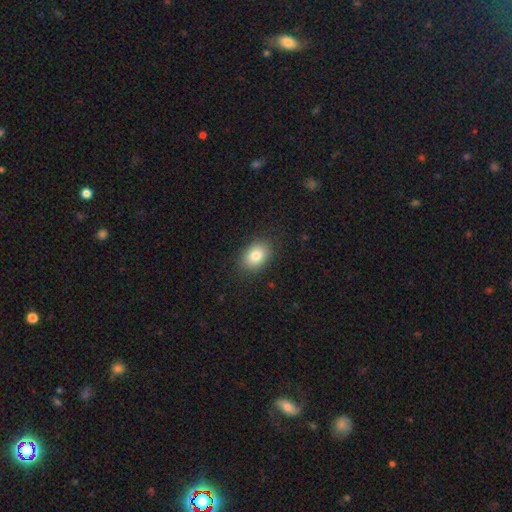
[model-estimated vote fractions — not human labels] Smooth or featured?
  - smooth: 83% *
  - star or artifact: 9%
  - featured or disk: 8%
How rounded?
  - in between: 74% *
  - round: 25%
  - cigar-shaped: 1%
Merging?
  - none: 87% *
  - minor disturbance: 9%
  - major disturbance: 3%
  - merger: 1%